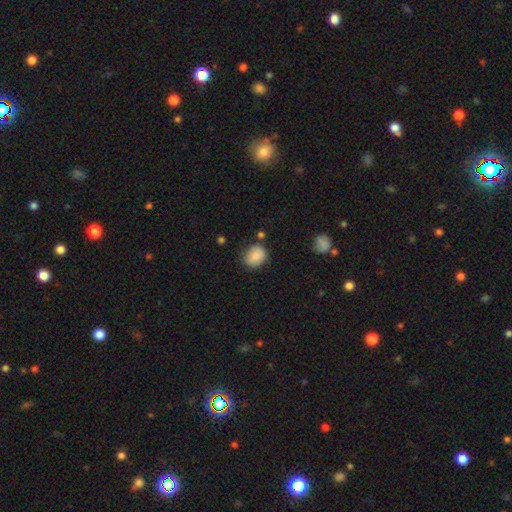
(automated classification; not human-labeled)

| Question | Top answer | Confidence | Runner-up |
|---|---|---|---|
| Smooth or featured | smooth | 85% | star or artifact (8%) |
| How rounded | in between | 50% | round (49%) |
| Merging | none | 70% | minor disturbance (22%) |